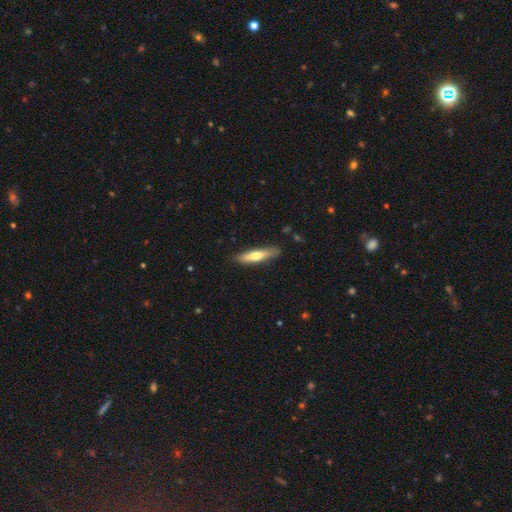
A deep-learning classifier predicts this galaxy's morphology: This appears to be a smooth galaxy with no disk features (61%) that is cigar-shaped (79%). Merging: none (84%).